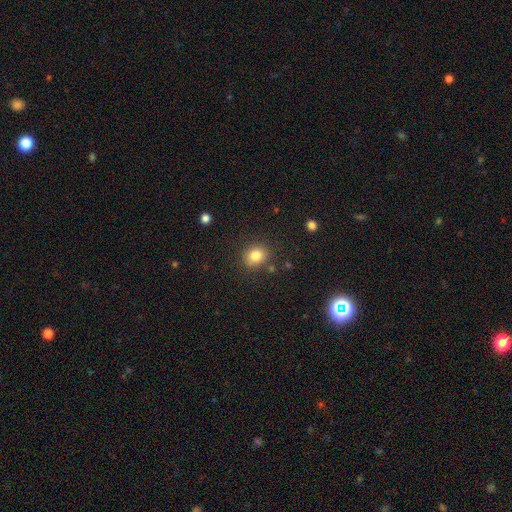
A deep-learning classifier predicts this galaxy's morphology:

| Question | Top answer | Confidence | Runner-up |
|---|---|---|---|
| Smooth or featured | smooth | 82% | star or artifact (11%) |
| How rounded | round | 70% | in between (29%) |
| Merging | none | 82% | minor disturbance (11%) |